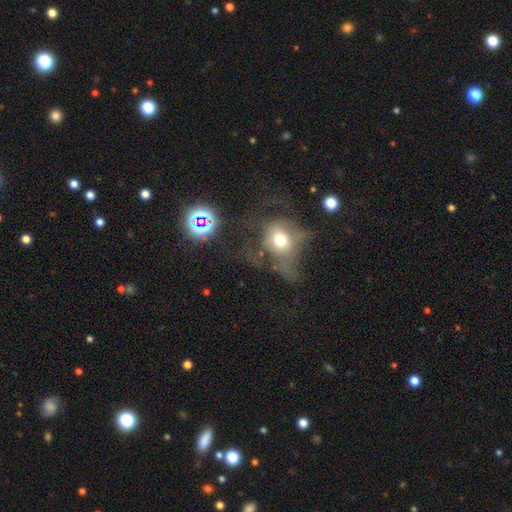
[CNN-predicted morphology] Smooth or featured: star or artifact — 35% (smooth — 34%)